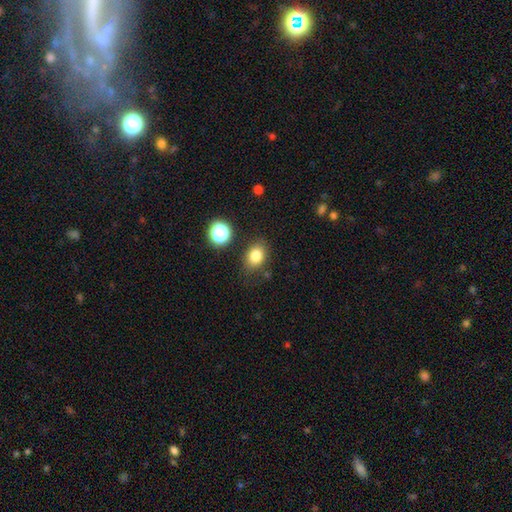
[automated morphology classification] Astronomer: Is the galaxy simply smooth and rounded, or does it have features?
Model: smooth — 81%.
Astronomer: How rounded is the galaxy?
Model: in between — 59% (runner-up: round, 40%).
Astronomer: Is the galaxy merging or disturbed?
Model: none — 79%.